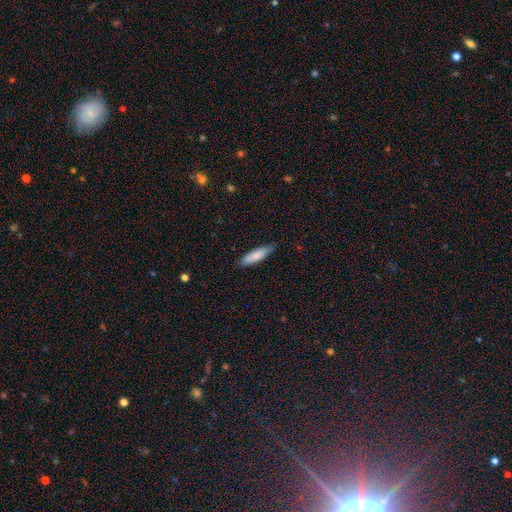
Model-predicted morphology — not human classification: smooth_or_featured: smooth (p=0.79) [alt: featured or disk p=0.16]
how_rounded: cigar-shaped (p=0.67) [alt: in between p=0.32]
merging: none (p=0.82) [alt: minor disturbance p=0.14]